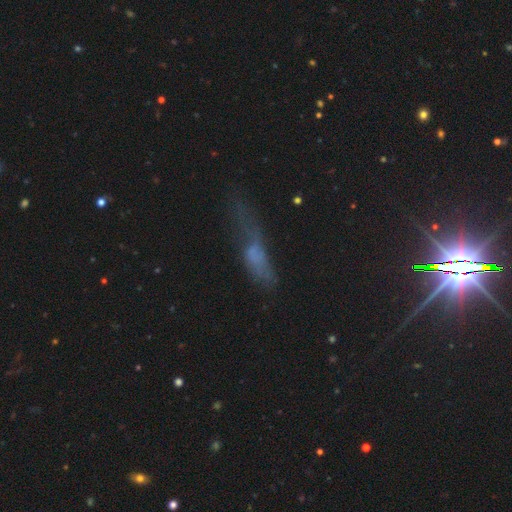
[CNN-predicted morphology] Overall: smooth (48%; featured or disk 32%). Merging: major disturbance (41%; none 29%).